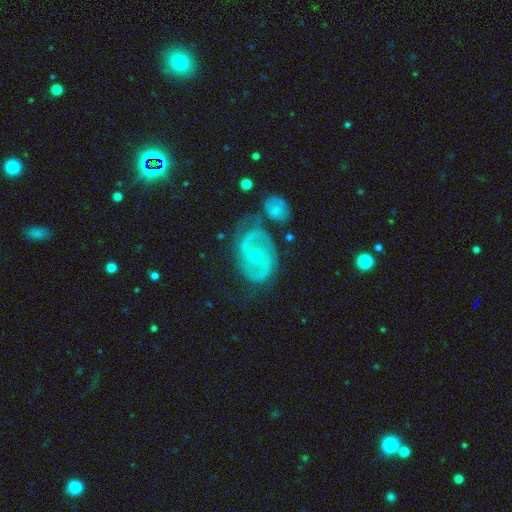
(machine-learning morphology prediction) smooth_or_featured: featured or disk (p=0.80) [alt: smooth p=0.13]
disk_edge_on: no (p=0.96) [alt: yes p=0.04]
bar: no (p=0.47) [alt: weak p=0.33]
has_spiral_arms: yes (p=0.81) [alt: no p=0.19]
spiral_winding: medium (p=0.45) [alt: tight p=0.33]
spiral_arm_count: 2 (p=0.80) [alt: can't tell p=0.11]
bulge_size: small (p=0.56) [alt: moderate p=0.42]
merging: none (p=0.59) [alt: minor disturbance p=0.20]